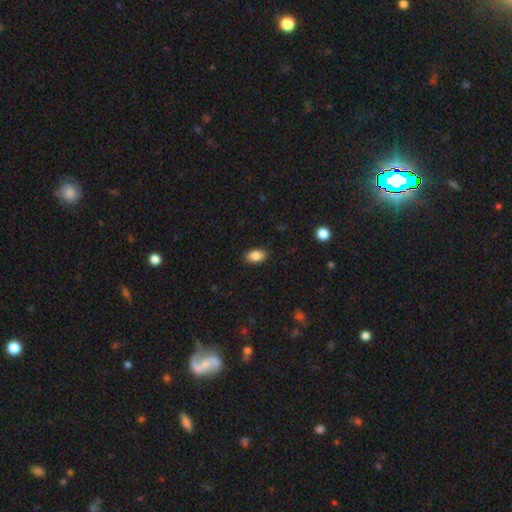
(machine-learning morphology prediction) Smooth or featured? Predicted: smooth (p=0.87). How rounded? Predicted: in between (p=0.91). Merging? Predicted: none (p=0.88).